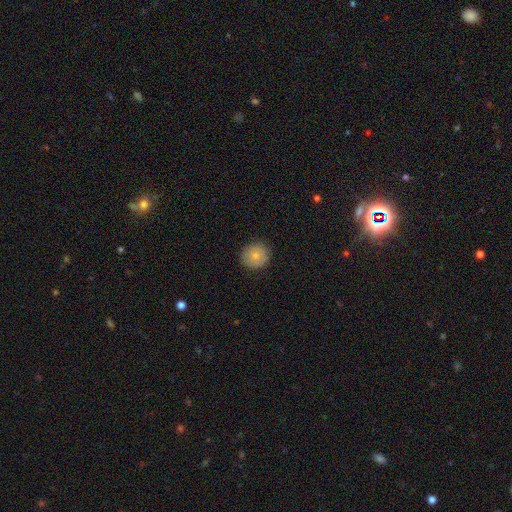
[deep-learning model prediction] Overall: smooth (79%). How rounded: round (89%). Merging: none (88%).